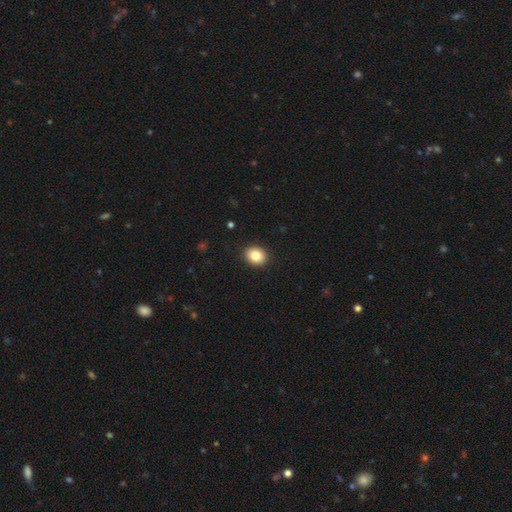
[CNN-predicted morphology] Overall: smooth (84%). How rounded: round (64%; in between 36%). Merging: none (92%).